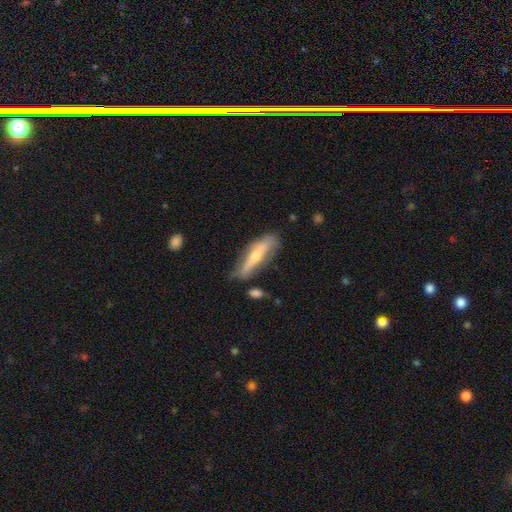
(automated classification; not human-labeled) Q: Smooth or featured?
A: featured or disk (52%); runner-up: smooth (42%)
Q: Edge-on disk?
A: yes (68%); runner-up: no (32%)
Q: Merging?
A: none (62%); runner-up: minor disturbance (25%)